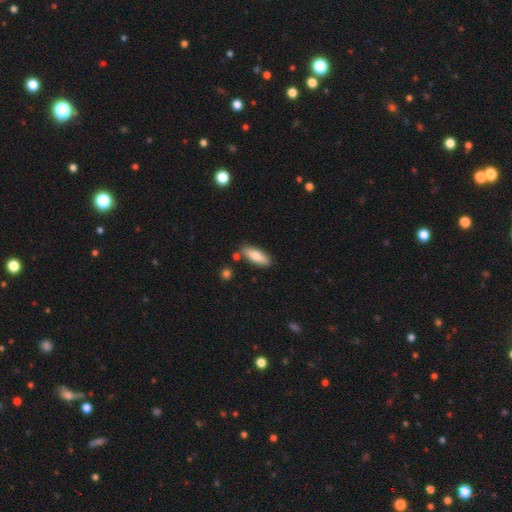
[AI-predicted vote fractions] Morphology: type=smooth (74%); roundness=in between (59%); merging=none (83%).